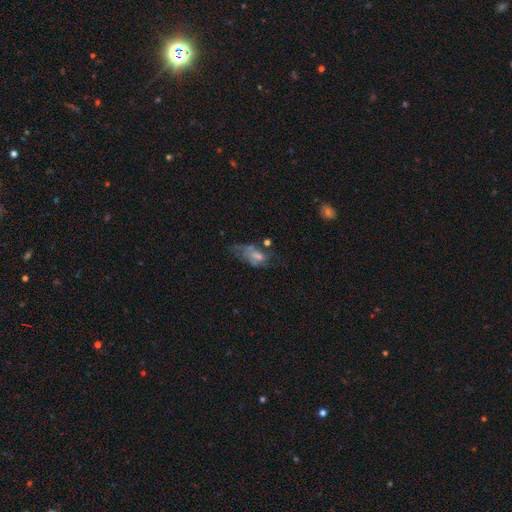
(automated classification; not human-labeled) Q: Smooth or featured?
A: featured or disk (47%); runner-up: smooth (41%)
Q: Merging?
A: major disturbance (38%); runner-up: none (27%)